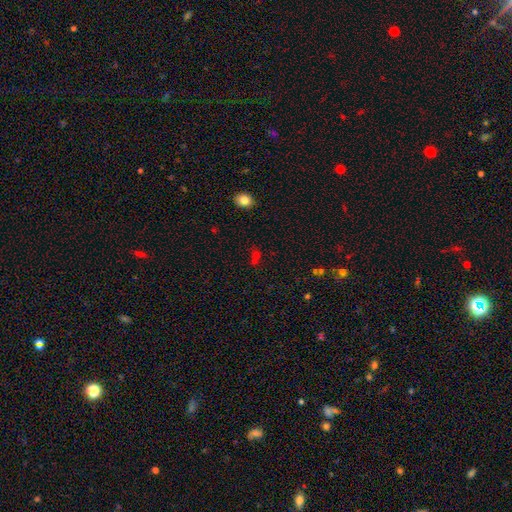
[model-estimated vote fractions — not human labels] Smooth or featured?
  - smooth: 49% *
  - star or artifact: 40%
  - featured or disk: 10%
Merging?
  - none: 60% *
  - merger: 22%
  - minor disturbance: 10%
  - major disturbance: 7%